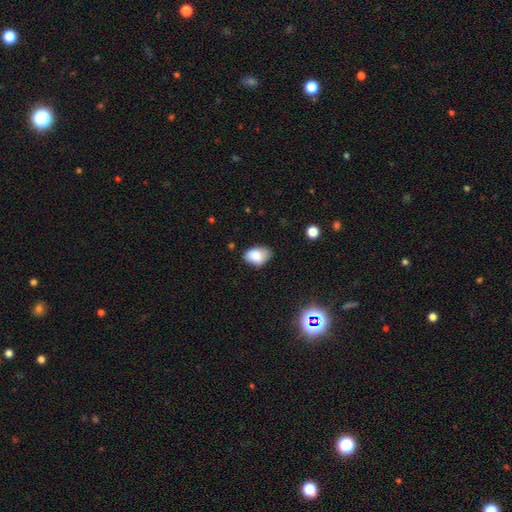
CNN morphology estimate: A smooth galaxy with no disk features (83%) that is in between round and cigar-shaped (87%). Merging: none (64%).